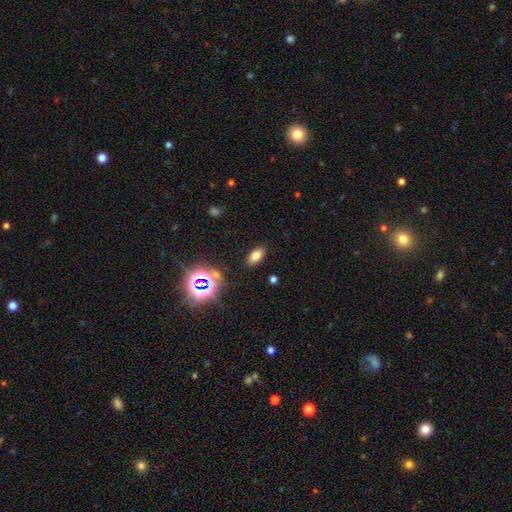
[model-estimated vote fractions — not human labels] Smooth or featured? Predicted: smooth (p=0.71). How rounded? Predicted: in between (p=0.90). Merging? Predicted: none (p=0.86).